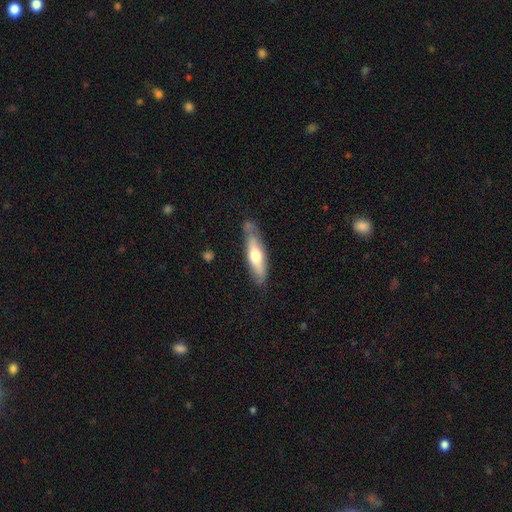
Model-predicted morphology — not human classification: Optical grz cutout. It shows a smooth galaxy with no disk features (53%) that is cigar-shaped (64%). Merging: none (72%).